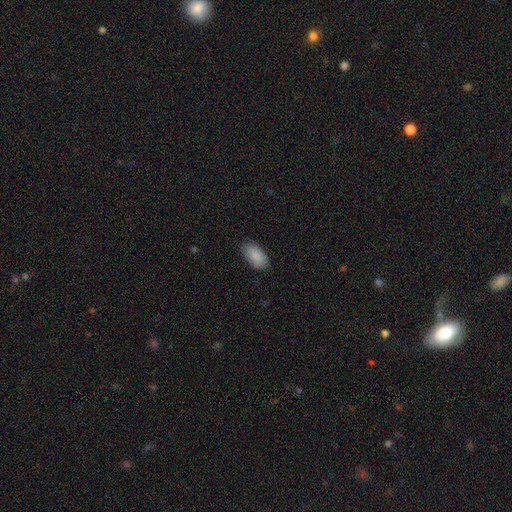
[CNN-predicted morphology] Q: Smooth or featured?
A: smooth (89%); runner-up: star or artifact (6%)
Q: How rounded?
A: in between (95%); runner-up: round (3%)
Q: Merging?
A: none (81%); runner-up: minor disturbance (15%)